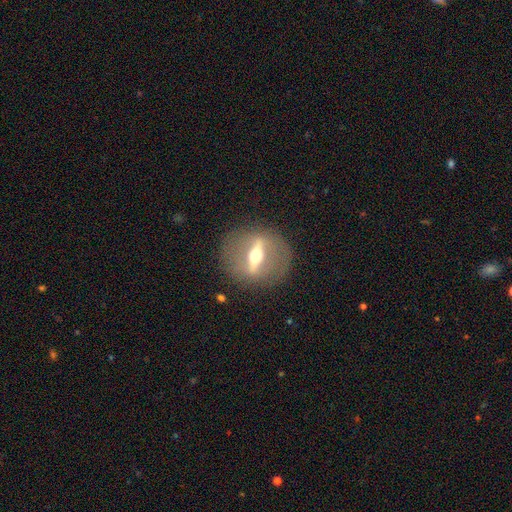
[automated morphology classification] Smooth or featured: featured or disk — 80% (smooth — 13%)
Edge-on disk: yes — 57% (no — 43%)
Merging: none — 85% (minor disturbance — 8%)